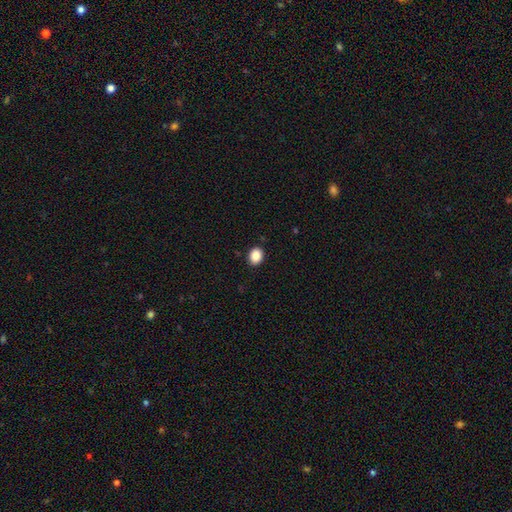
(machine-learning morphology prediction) smooth_or_featured: smooth (p=0.88) [alt: star or artifact p=0.09]
how_rounded: in between (p=0.50) [tied with: round p=0.50]
merging: none (p=0.90) [alt: minor disturbance p=0.07]